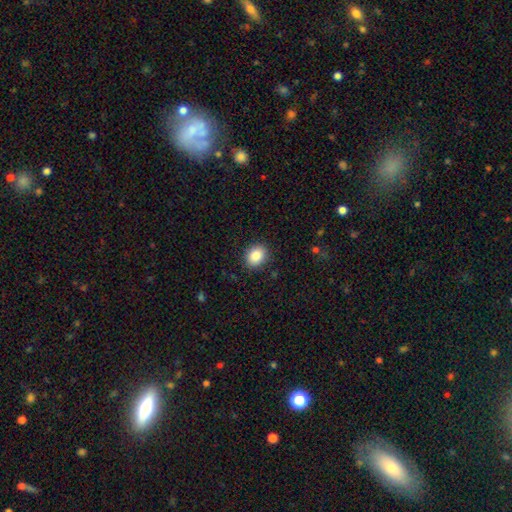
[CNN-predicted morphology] smooth 87%, star or artifact 8%, featured or disk 4%. Down the decision tree: how rounded — in between (53%); merging — none (88%).